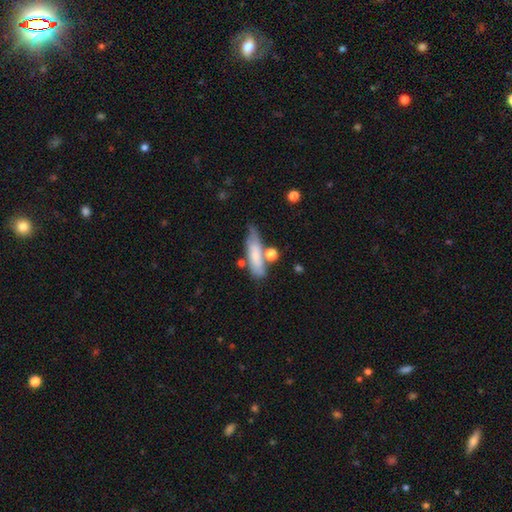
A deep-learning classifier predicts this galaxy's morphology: Smooth or featured? smooth (68%)
How rounded? cigar-shaped (57%)
Merging? none (46%)